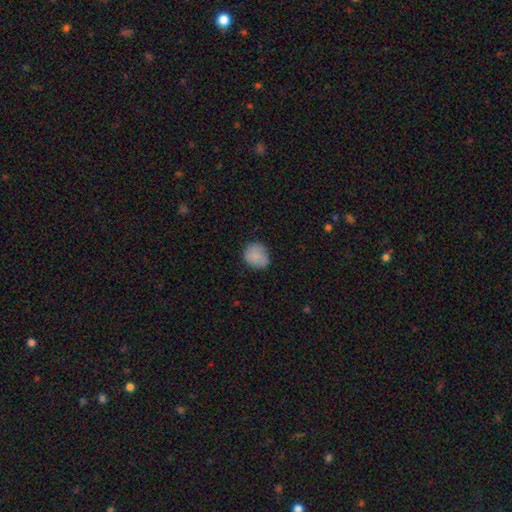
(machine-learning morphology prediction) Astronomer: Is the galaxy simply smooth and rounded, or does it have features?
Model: smooth — 83%.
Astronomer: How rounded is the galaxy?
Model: round — 72%.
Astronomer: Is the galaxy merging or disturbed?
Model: none — 72%.